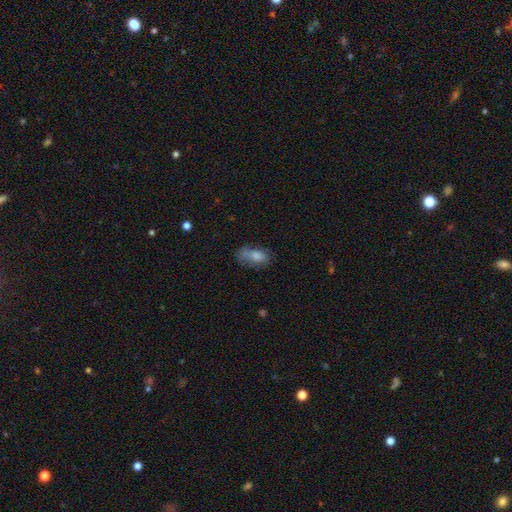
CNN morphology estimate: Smooth or featured: smooth — 73% (featured or disk — 19%)
How rounded: in between — 88% (round — 9%)
Merging: none — 46% (minor disturbance — 29%)